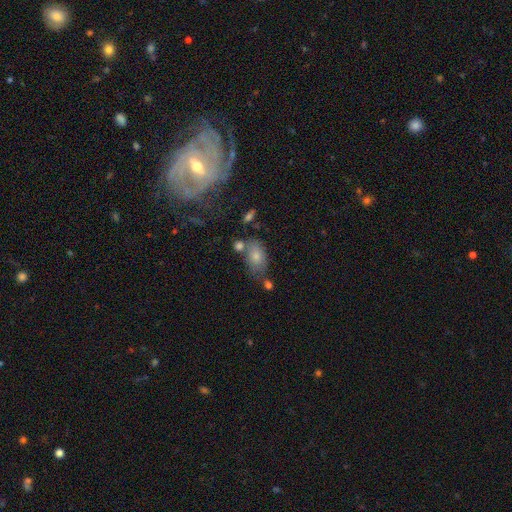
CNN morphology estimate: smooth-or-featured: smooth: 75% | featured or disk: 16% | star or artifact: 9%
  how-rounded: in between: 88% | round: 10% | cigar-shaped: 2%
  merging: none: 55% | minor disturbance: 20% | merger: 17% | major disturbance: 8%